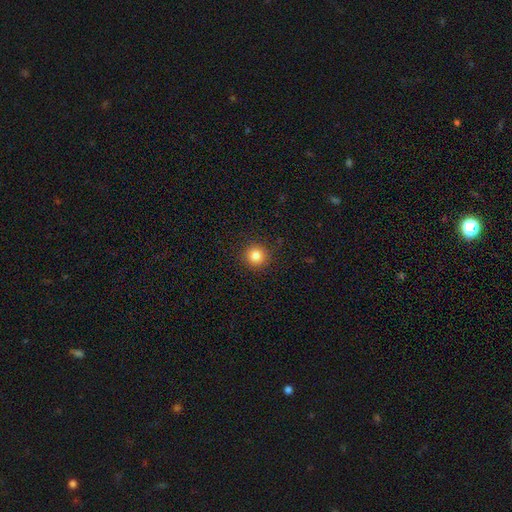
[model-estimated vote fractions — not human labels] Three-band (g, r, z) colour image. It shows a smooth galaxy with no disk features (85%) that is round (95%). Merging: none (91%).